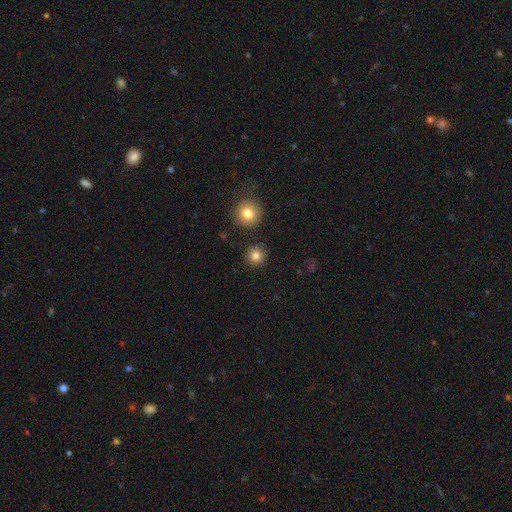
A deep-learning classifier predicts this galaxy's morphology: smooth 81%, star or artifact 13%, featured or disk 6%. Down the decision tree: how rounded — round (95%); merging — none (89%).